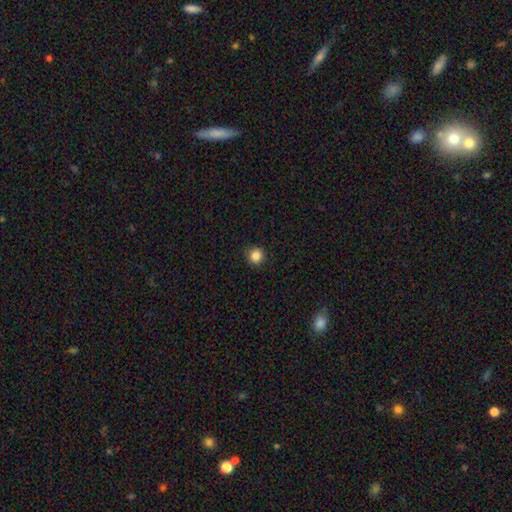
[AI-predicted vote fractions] Q: Smooth or featured?
A: smooth (85%); runner-up: star or artifact (11%)
Q: How rounded?
A: round (94%); runner-up: in between (5%)
Q: Merging?
A: none (92%); runner-up: minor disturbance (5%)